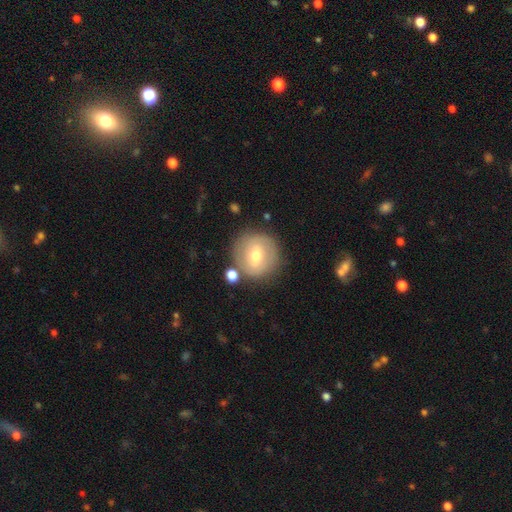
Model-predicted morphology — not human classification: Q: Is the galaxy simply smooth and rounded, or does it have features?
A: smooth — 54%.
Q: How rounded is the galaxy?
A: round — 90%.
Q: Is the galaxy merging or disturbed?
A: none — 78%.